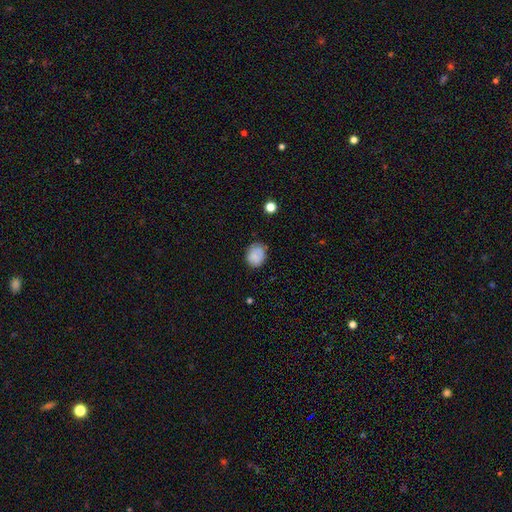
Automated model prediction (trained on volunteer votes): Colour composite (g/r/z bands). It shows a smooth galaxy with no disk features (76%) that is round (55%). Merging: none (77%).